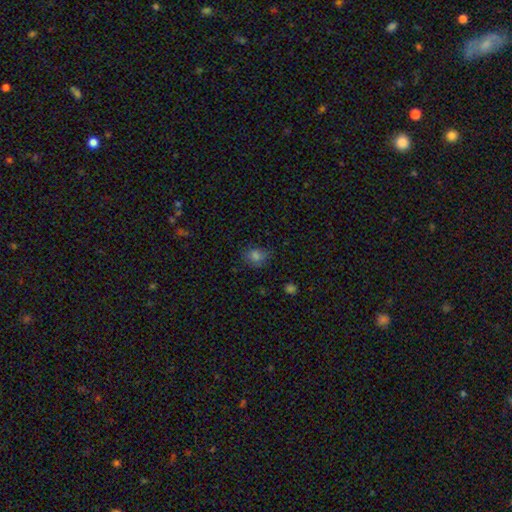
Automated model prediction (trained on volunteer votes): Smooth or featured?
  - smooth: 75% *
  - star or artifact: 17%
  - featured or disk: 8%
How rounded?
  - round: 54% *
  - in between: 44%
  - cigar-shaped: 1%
Merging?
  - none: 73% *
  - minor disturbance: 20%
  - major disturbance: 5%
  - merger: 2%